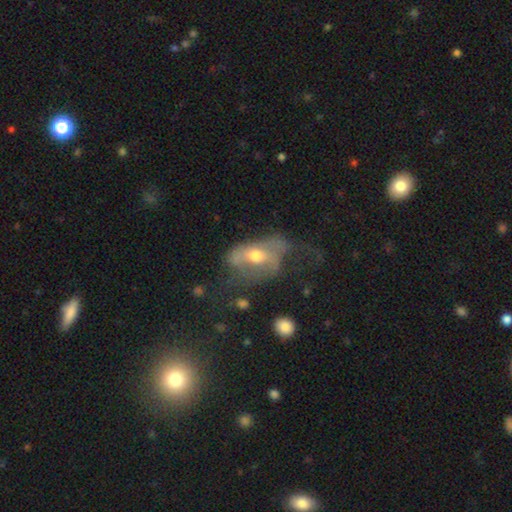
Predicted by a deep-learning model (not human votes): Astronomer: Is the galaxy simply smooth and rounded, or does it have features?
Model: featured or disk — 57% (runner-up: smooth, 34%).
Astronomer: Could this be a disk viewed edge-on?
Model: no — 90%.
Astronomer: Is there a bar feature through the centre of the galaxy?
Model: no — 55%.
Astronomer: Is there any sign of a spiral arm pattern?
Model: no — 53% (runner-up: yes, 47%).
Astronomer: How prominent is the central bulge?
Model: moderate — 67%.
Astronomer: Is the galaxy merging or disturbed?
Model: major disturbance — 48% (runner-up: none, 26%).